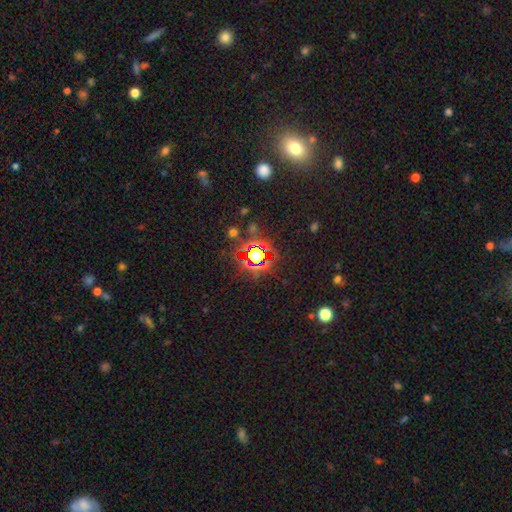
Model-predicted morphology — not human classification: This appears to be a star or artifact, not a galaxy (71%).